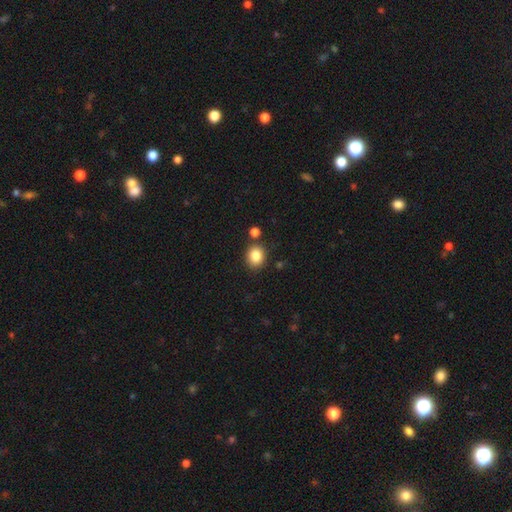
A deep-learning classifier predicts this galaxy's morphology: A smooth galaxy with no disk features (84%) that is round (69%). Merging: none (82%).